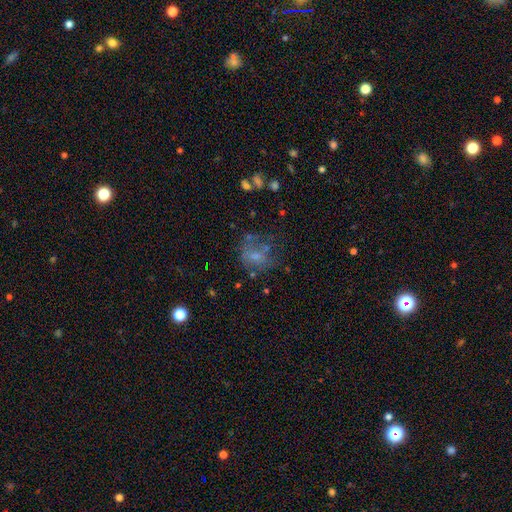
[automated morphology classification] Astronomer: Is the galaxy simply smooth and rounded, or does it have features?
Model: smooth — 47% (runner-up: featured or disk, 36%).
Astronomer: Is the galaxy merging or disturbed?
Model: none — 40% (runner-up: major disturbance, 29%).